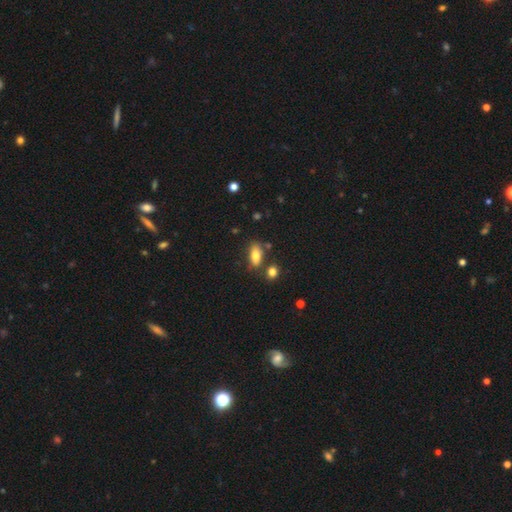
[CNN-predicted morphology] Smooth or featured: smooth — 79% (featured or disk — 13%)
How rounded: in between — 86% (cigar-shaped — 9%)
Merging: none — 67% (minor disturbance — 17%)